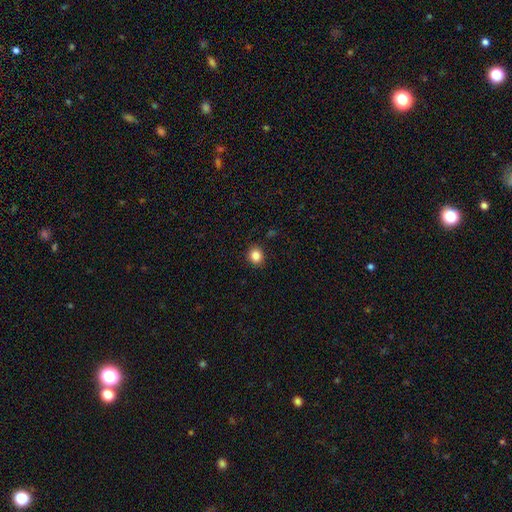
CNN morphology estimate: Smooth or featured? Predicted: smooth (p=0.85). How rounded? Predicted: round (p=0.79). Merging? Predicted: none (p=0.90).